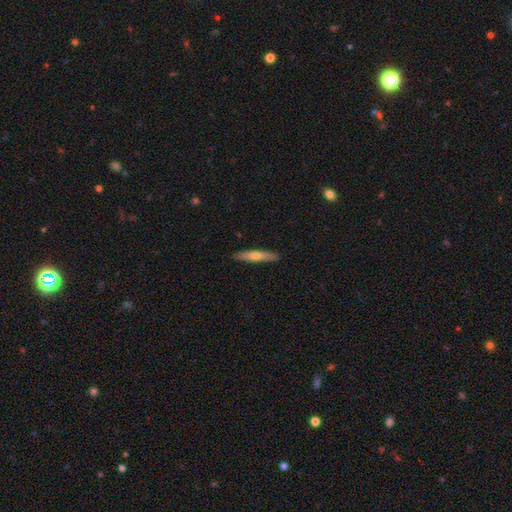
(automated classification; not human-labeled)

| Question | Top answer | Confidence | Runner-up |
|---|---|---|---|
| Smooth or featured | smooth | 57% | featured or disk (38%) |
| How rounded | cigar-shaped | 89% | in between (9%) |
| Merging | none | 91% | minor disturbance (7%) |